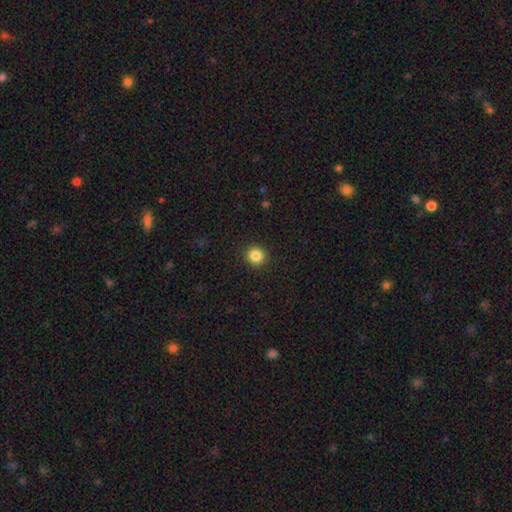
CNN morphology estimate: This is clearly a smooth galaxy (85%). How rounded: clearly round (92%). Merging: clearly none (92%).